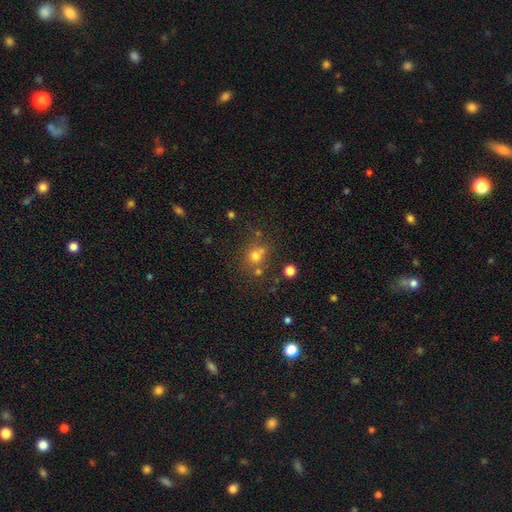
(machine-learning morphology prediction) Overall: smooth (70%). How rounded: round (80%). Merging: none (64%).